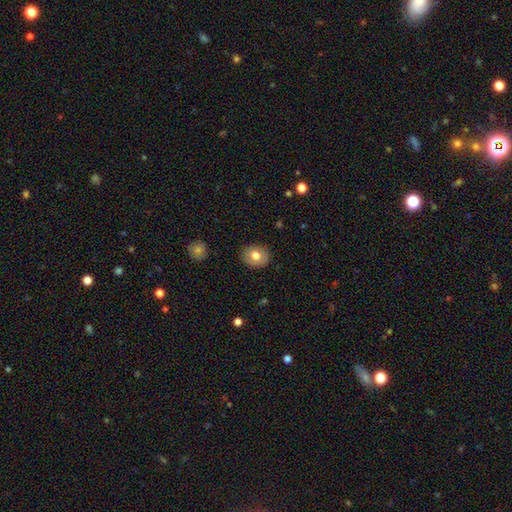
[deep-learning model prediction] A smooth galaxy with no disk features (77%) that is round (57%).

Vote fractions:
- Smooth or featured? smooth: 77% / featured or disk: 15% / star or artifact: 8%
- How rounded? round: 57% / in between: 42% / cigar-shaped: 1%
- Merging? none: 87% / minor disturbance: 9% / major disturbance: 2% / merger: 1%